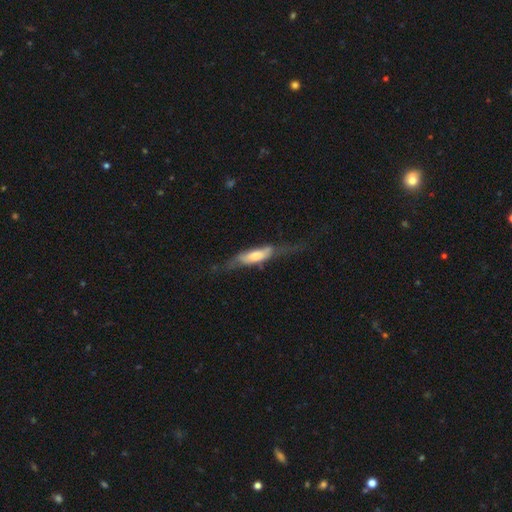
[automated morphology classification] The model was most divided on "merging": none: 37%, major disturbance: 31%, minor disturbance: 28%, merger: 4%. More confident: how rounded — cigar-shaped (58%); smooth or featured — smooth (56%).